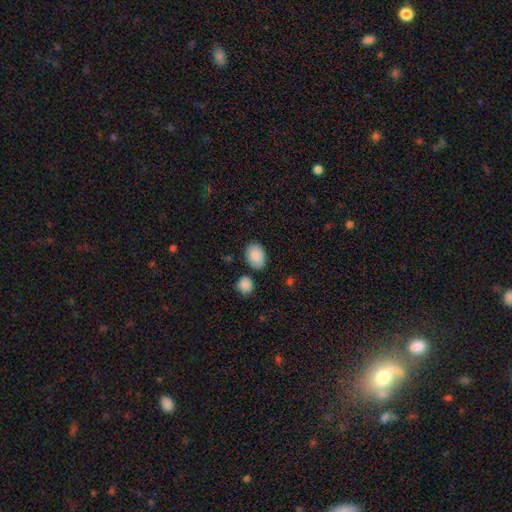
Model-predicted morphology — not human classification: Overall: smooth (86%). How rounded: in between (82%). Merging: none (80%).